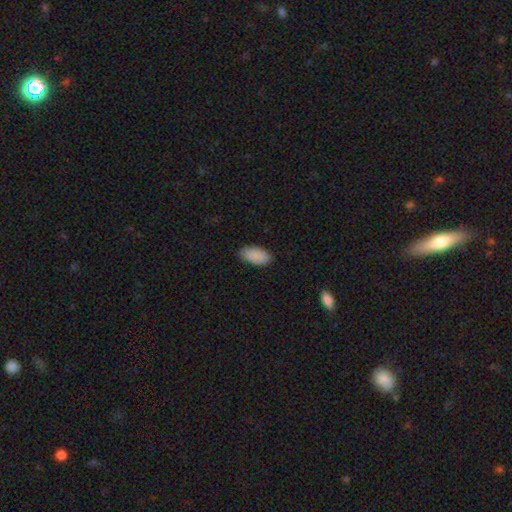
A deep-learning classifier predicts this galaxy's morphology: The model was most divided on "merging": none: 85%, minor disturbance: 12%, major disturbance: 2%, merger: 1%. More confident: how rounded — in between (94%); smooth or featured — smooth (90%).